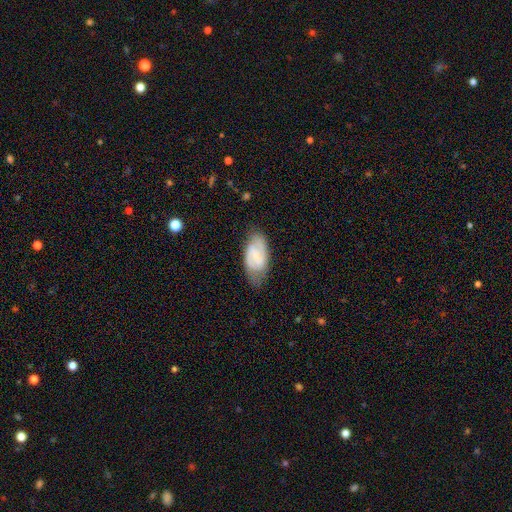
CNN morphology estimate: Overall: featured or disk (63%; smooth 31%). Edge-on disk: no (95%). Bar: weak (51%; no 27%). Spiral arms: yes (87%). Spiral arm count: 2 (80%). Spiral winding: medium (48%; tight 36%). Bulge size: small (58%; moderate 21%). Merging: none (68%).